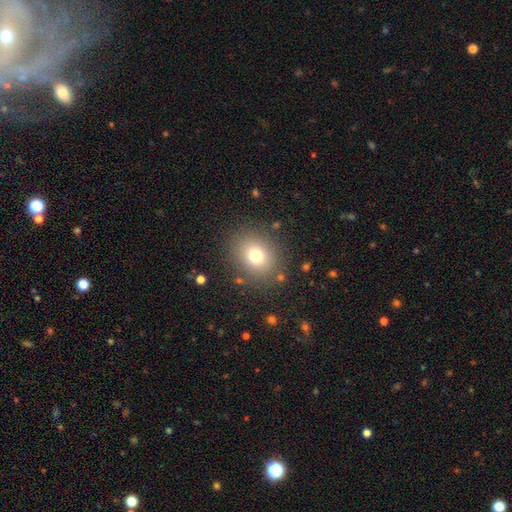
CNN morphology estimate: Smooth or featured? Predicted: smooth (p=0.75). How rounded? Predicted: round (p=0.64). Merging? Predicted: none (p=0.84).